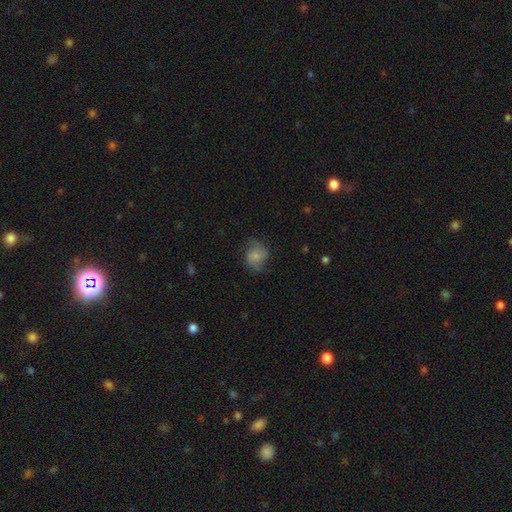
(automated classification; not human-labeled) Smooth or featured? Predicted: smooth (p=0.58). How rounded? Predicted: round (p=0.59). Merging? Predicted: none (p=0.62).